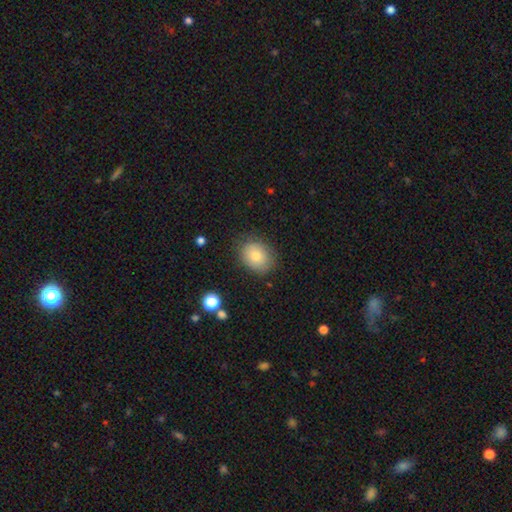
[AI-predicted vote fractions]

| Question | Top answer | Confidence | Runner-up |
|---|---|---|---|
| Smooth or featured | smooth | 78% | featured or disk (13%) |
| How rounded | in between | 54% | round (45%) |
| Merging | none | 80% | minor disturbance (15%) |